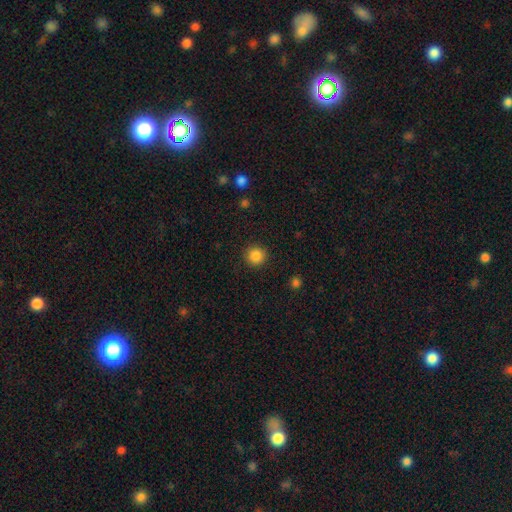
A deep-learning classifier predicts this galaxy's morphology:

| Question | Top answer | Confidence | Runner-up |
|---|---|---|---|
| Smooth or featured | smooth | 86% | star or artifact (10%) |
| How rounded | round | 94% | in between (5%) |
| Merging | none | 91% | minor disturbance (6%) |